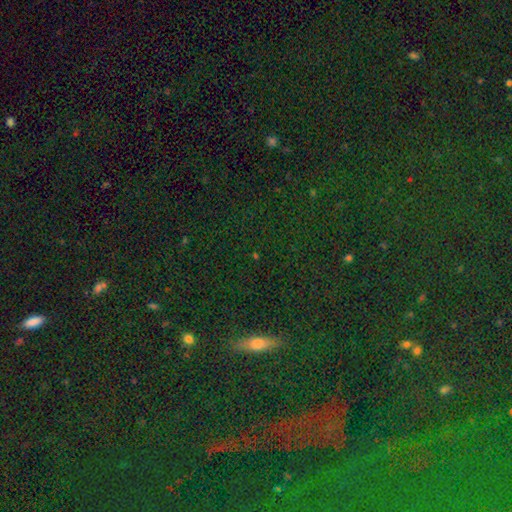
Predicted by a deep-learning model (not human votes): This appears to be a star or artifact, not a galaxy (51%).